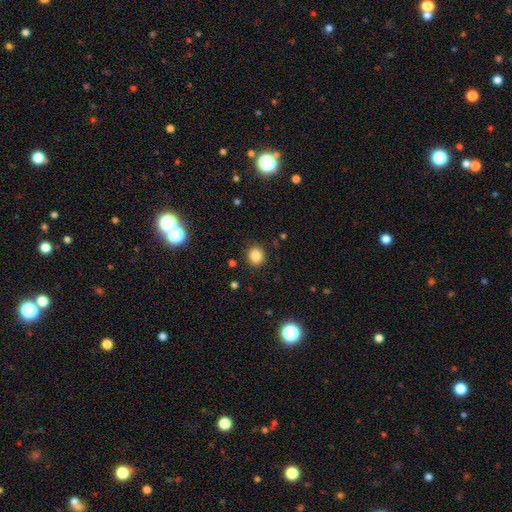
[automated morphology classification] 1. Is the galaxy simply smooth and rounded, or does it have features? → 85% smooth, 11% star or artifact, 4% featured or disk.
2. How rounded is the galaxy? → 81% round, 18% in between, 1% cigar-shaped.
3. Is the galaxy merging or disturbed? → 89% none, 7% minor disturbance, 3% major disturbance, 1% merger.